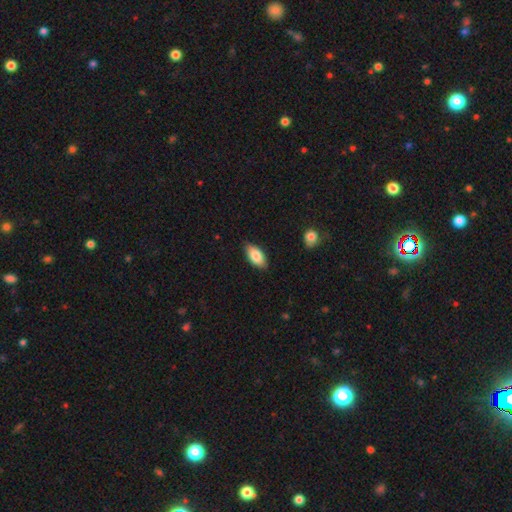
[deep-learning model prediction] A smooth galaxy with no disk features (82%) that is in between round and cigar-shaped (91%). Merging: none (84%).